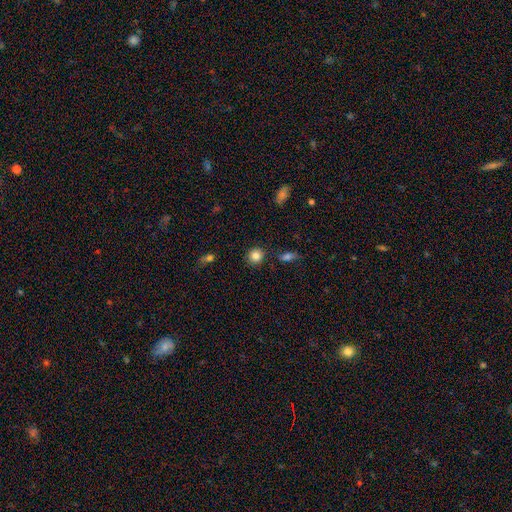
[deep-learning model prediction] Overall: smooth (84%). How rounded: round (88%). Merging: none (87%).